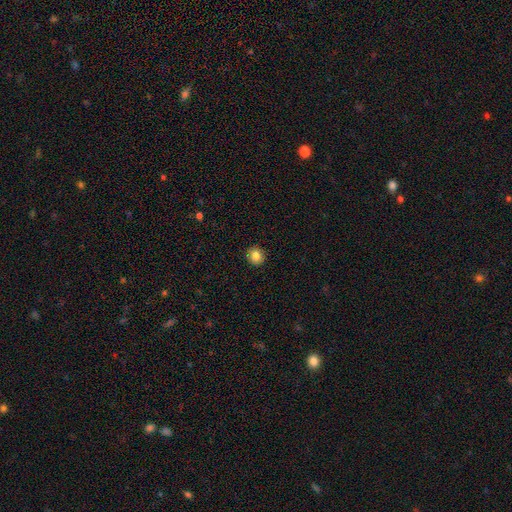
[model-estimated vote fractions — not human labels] smooth 84%, star or artifact 10%, featured or disk 6%. Down the decision tree: how rounded — round (89%); merging — none (92%).